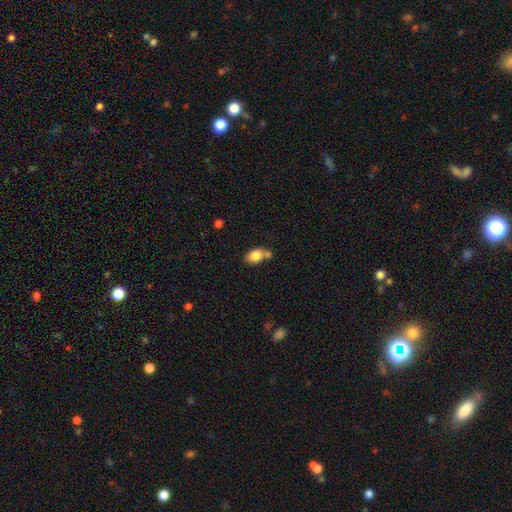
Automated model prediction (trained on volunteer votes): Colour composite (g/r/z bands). It shows a smooth galaxy with no disk features (82%) that is in between round and cigar-shaped (85%). Merging: none (47%).